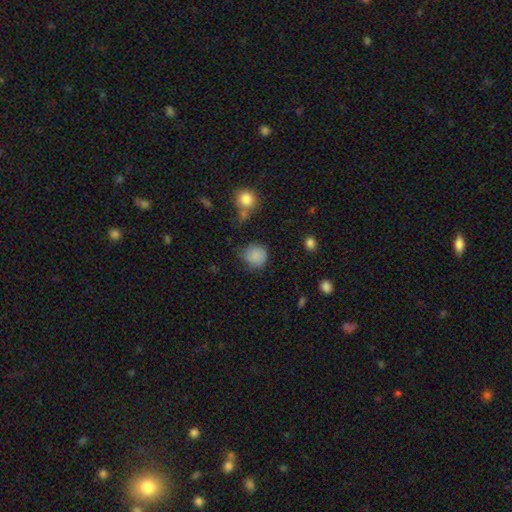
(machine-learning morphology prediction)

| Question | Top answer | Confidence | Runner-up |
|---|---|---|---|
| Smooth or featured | smooth | 83% | star or artifact (10%) |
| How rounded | round | 85% | in between (14%) |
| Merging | none | 64% | minor disturbance (23%) |